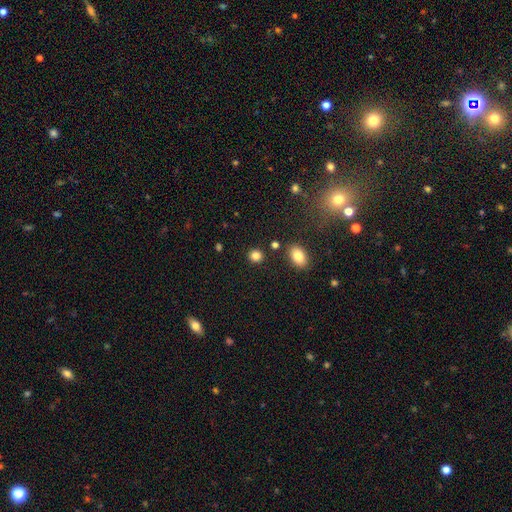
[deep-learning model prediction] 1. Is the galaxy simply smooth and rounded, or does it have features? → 84% smooth, 11% star or artifact, 5% featured or disk.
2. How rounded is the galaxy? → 82% round, 17% in between, 1% cigar-shaped.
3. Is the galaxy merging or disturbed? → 86% none, 7% minor disturbance, 4% merger, 2% major disturbance.